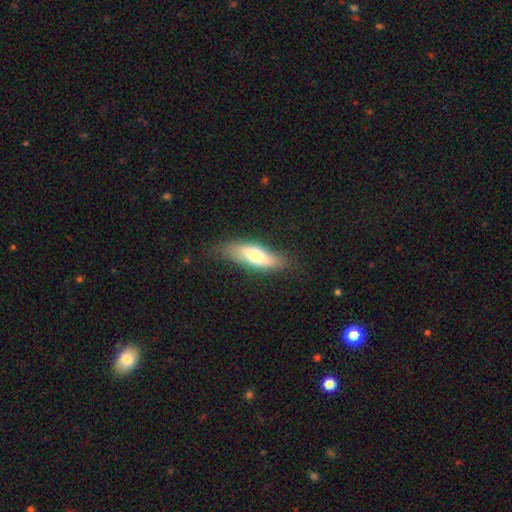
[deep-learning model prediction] Q: Smooth or featured?
A: smooth (67%); runner-up: featured or disk (27%)
Q: How rounded?
A: in between (58%); runner-up: cigar-shaped (40%)
Q: Merging?
A: none (76%); runner-up: minor disturbance (18%)